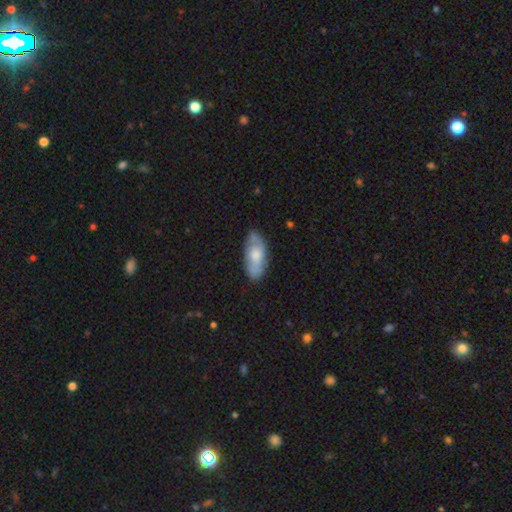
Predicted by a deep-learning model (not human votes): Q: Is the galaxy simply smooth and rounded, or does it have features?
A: smooth — 58%.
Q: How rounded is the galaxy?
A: in between — 85%.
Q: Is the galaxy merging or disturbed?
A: none — 71%.